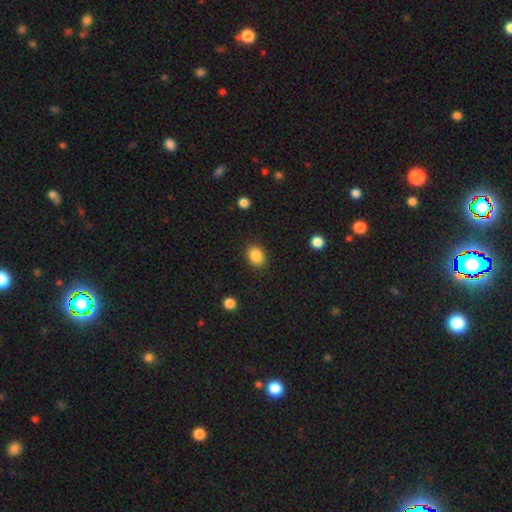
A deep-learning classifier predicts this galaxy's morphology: smooth_or_featured: smooth (p=0.87) [alt: star or artifact p=0.09]
how_rounded: in between (p=0.50) [alt: round p=0.49]
merging: none (p=0.87) [alt: minor disturbance p=0.09]